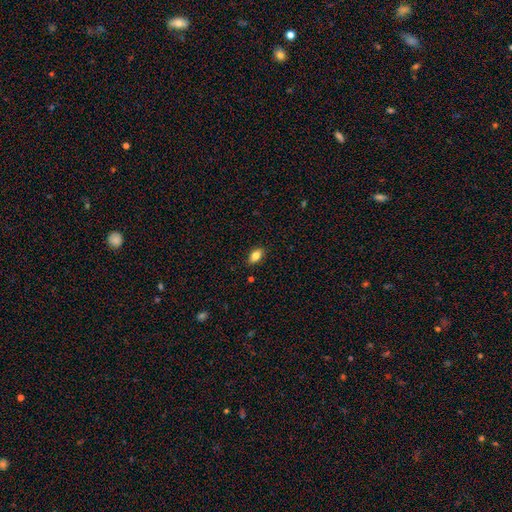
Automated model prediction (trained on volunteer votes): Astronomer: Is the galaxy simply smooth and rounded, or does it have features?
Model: smooth — 81%.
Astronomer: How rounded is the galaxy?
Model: in between — 88%.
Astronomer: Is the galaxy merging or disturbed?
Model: none — 87%.